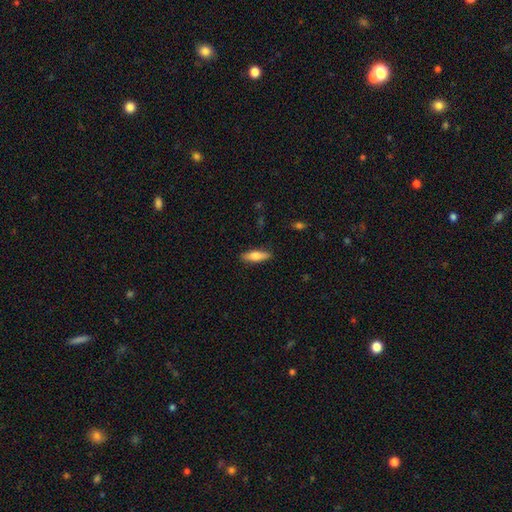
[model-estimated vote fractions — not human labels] The model was most divided on "how rounded": cigar-shaped: 55%, in between: 43%, round: 2%. More confident: merging — none (88%); smooth or featured — smooth (69%).